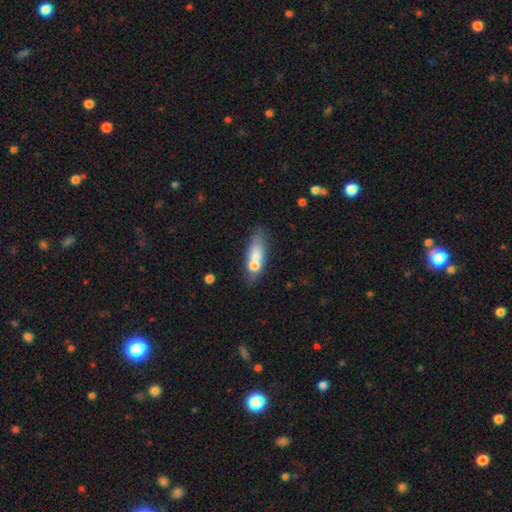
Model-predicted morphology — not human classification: A smooth galaxy with no disk features (67%) that is in between round and cigar-shaped (62%).

Vote fractions:
- Smooth or featured? smooth: 67% / featured or disk: 25% / star or artifact: 8%
- How rounded? in between: 62% / cigar-shaped: 33% / round: 5%
- Merging? none: 45% / merger: 32% / minor disturbance: 16% / major disturbance: 7%